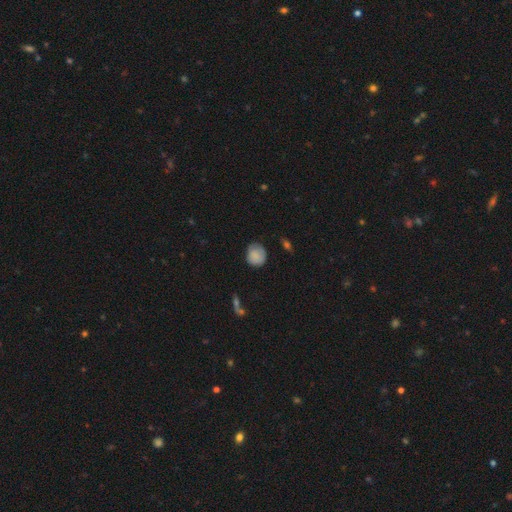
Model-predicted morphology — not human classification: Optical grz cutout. It shows a smooth galaxy with no disk features (83%) that is round (81%). Merging: none (69%).